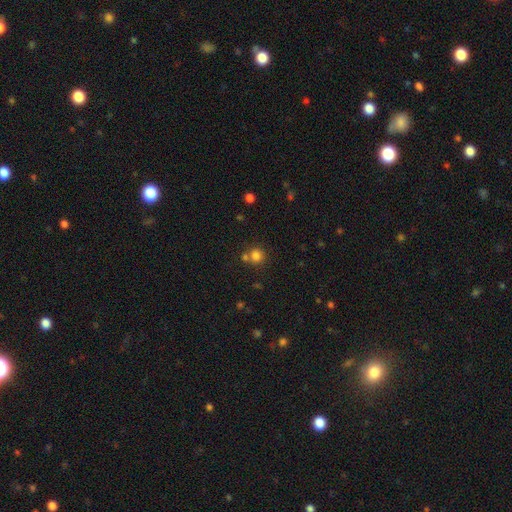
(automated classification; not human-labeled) Smooth or featured: smooth — 80% (star or artifact — 14%)
How rounded: round — 90% (in between — 9%)
Merging: none — 63% (merger — 26%)